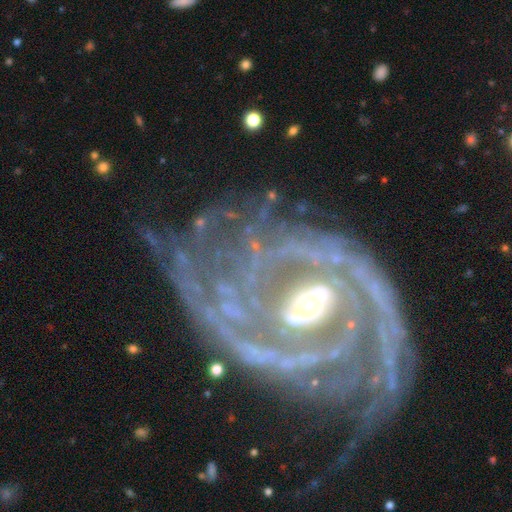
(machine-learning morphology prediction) featured or disk 91%, star or artifact 5%, smooth 3%. Down the decision tree: edge-on disk — no (97%); bar — no (64%); spiral arms — yes (97%); spiral arm count — 2 (47%); spiral winding — tight (61%); bulge size — moderate (47%); merging — none (61%).